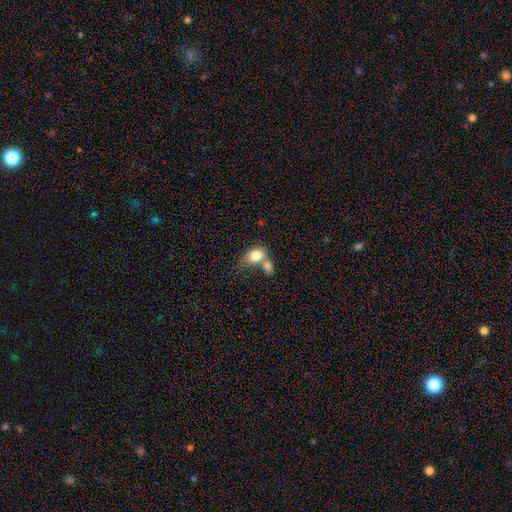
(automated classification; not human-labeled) smooth-or-featured: smooth: 80% | featured or disk: 12% | star or artifact: 8%
  how-rounded: in between: 70% | round: 28% | cigar-shaped: 2%
  merging: merger: 59% | none: 25% | minor disturbance: 10% | major disturbance: 6%